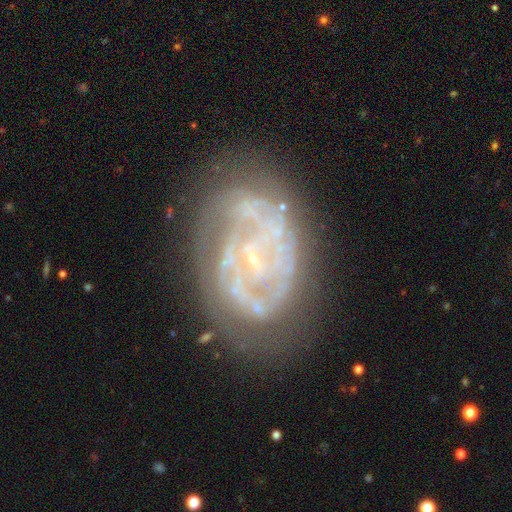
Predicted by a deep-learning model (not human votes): Smooth or featured?
  - featured or disk: 80% *
  - smooth: 12%
  - star or artifact: 8%
Edge-on disk?
  - no: 97% *
  - yes: 3%
Bar?
  - no: 67% *
  - weak: 24%
  - strong: 9%
Spiral arms?
  - yes: 66% *
  - no: 34%
Spiral winding?
  - tight: 60% *
  - medium: 28%
  - loose: 12%
Spiral arm count?
  - can't tell: 47% *
  - 2: 23%
  - 3: 13%
  - 4: 6%
  - 1: 6%
  - more than 4: 5%
Bulge size?
  - small: 66% *
  - none: 22%
  - moderate: 9%
  - large: 1%
  - dominant: 1%
Merging?
  - none: 63% *
  - minor disturbance: 20%
  - major disturbance: 14%
  - merger: 3%